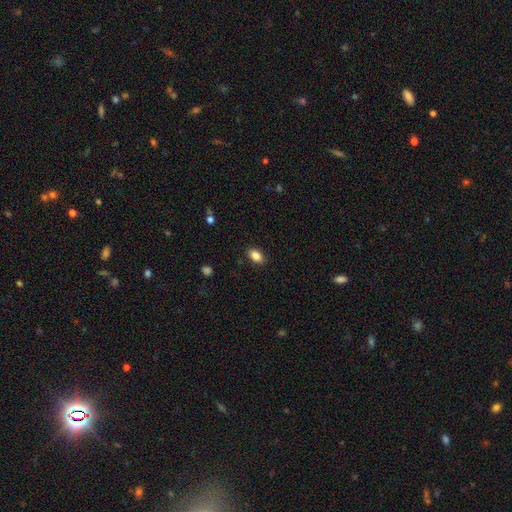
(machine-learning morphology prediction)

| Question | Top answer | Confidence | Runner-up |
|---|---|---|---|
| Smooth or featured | smooth | 86% | star or artifact (8%) |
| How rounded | in between | 89% | round (9%) |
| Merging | none | 88% | minor disturbance (9%) |